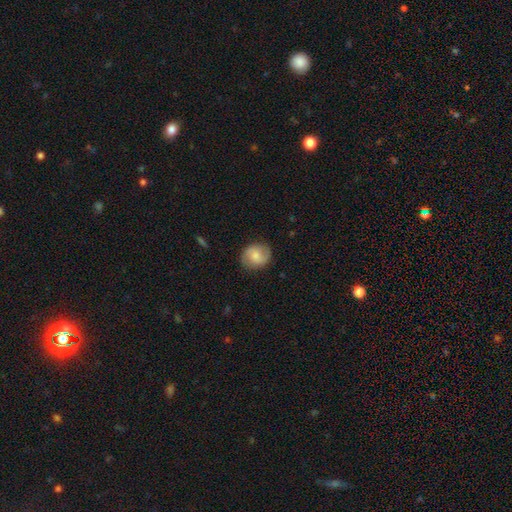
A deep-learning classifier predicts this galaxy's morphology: This appears to be a smooth galaxy with no disk features (47%). Merging: none (81%).